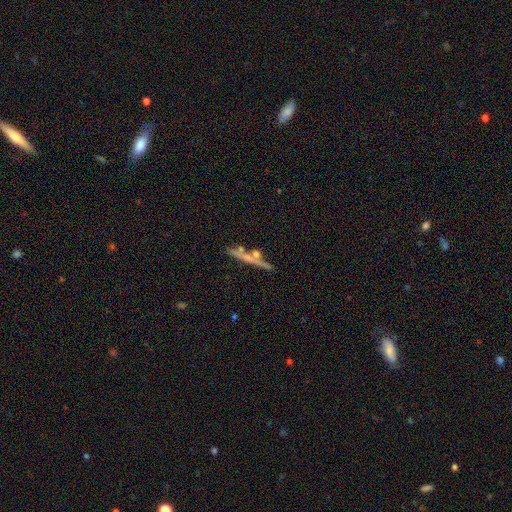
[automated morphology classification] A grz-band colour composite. It shows a featured or disk galaxy (50%) viewed edge-on (90%). Merging: none (70%).